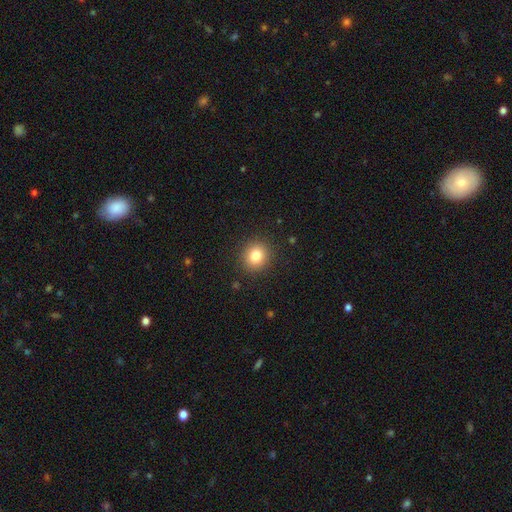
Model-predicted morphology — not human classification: type=smooth (81%); roundness=round (86%); merging=none (90%).